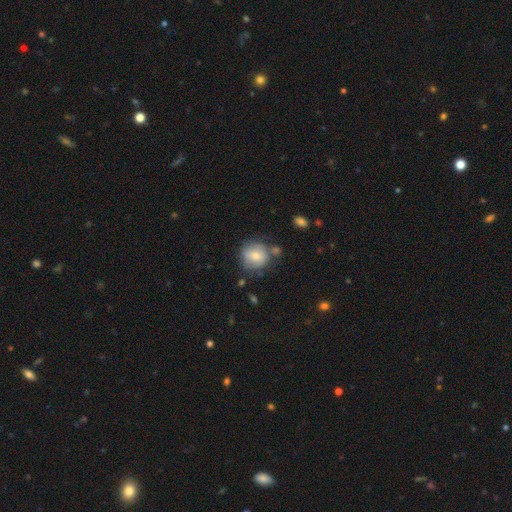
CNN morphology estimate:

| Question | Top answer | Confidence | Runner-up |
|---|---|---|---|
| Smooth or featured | smooth | 69% | featured or disk (23%) |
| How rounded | round | 85% | in between (14%) |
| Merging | none | 59% | minor disturbance (21%) |